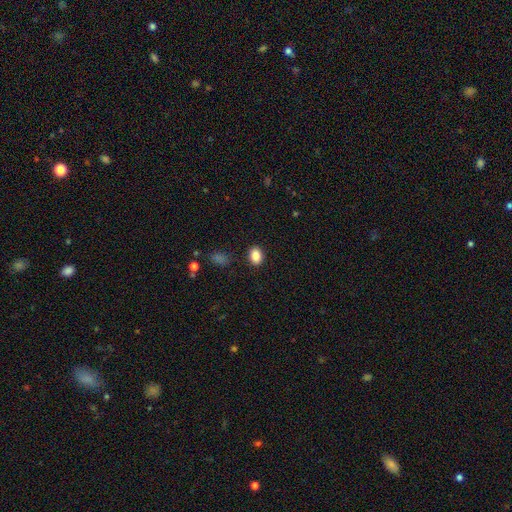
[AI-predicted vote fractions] smooth 87%, star or artifact 9%, featured or disk 4%. Down the decision tree: how rounded — in between (72%); merging — none (88%).